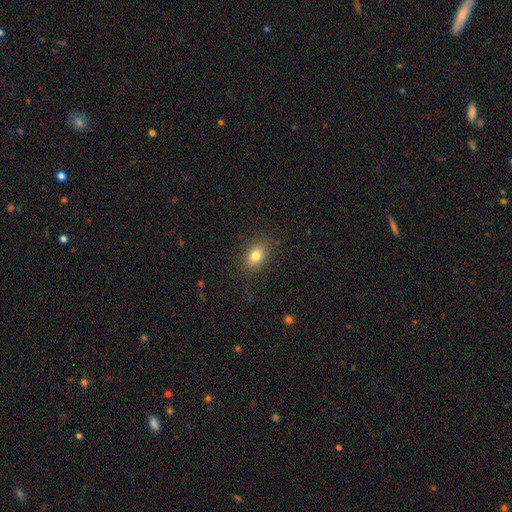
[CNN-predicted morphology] This is likely a smooth galaxy (80%). How rounded: likely in between (73%). Merging: clearly none (86%).